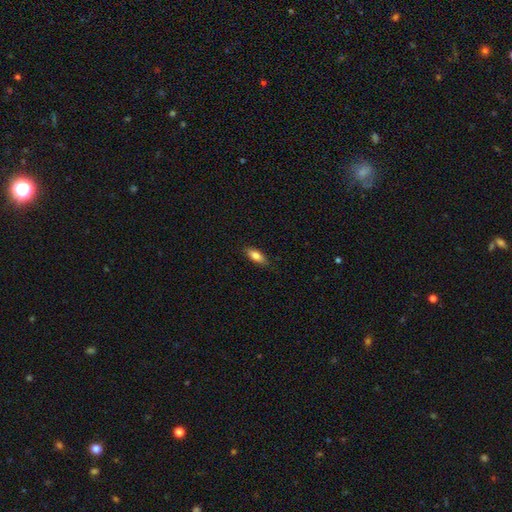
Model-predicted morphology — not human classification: Overall: smooth (79%). How rounded: in between (74%). Merging: none (85%).